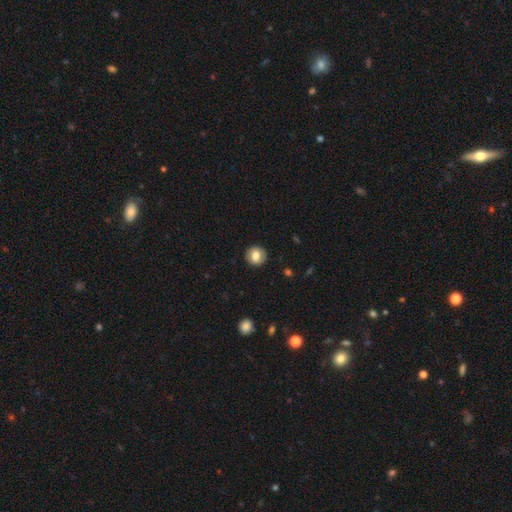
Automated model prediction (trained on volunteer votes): smooth-or-featured: smooth: 73% | featured or disk: 18% | star or artifact: 8%
  how-rounded: round: 88% | in between: 11% | cigar-shaped: 1%
  merging: none: 90% | minor disturbance: 7% | major disturbance: 2% | merger: 1%